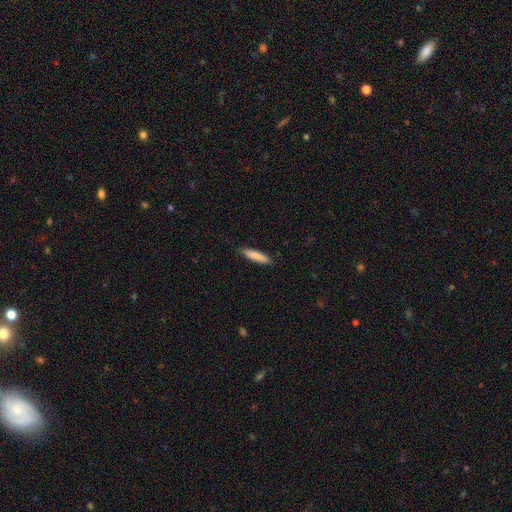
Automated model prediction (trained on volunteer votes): Smooth or featured: smooth — 85% (featured or disk — 9%)
How rounded: cigar-shaped — 81% (in between — 18%)
Merging: none — 87% (minor disturbance — 10%)